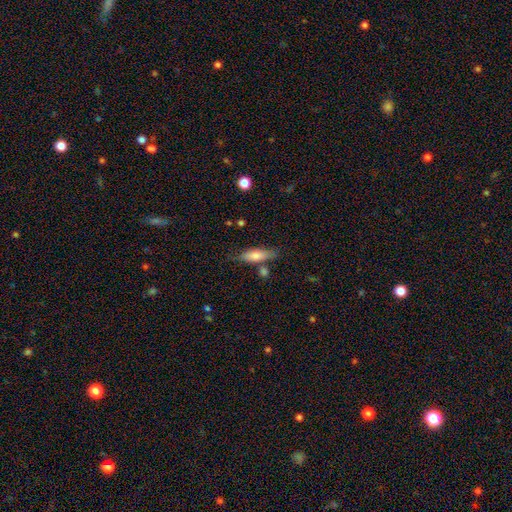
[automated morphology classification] smooth-or-featured: smooth: 73% | featured or disk: 20% | star or artifact: 7%
  how-rounded: cigar-shaped: 50% | in between: 48% | round: 2%
  merging: none: 69% | minor disturbance: 17% | merger: 10% | major disturbance: 4%